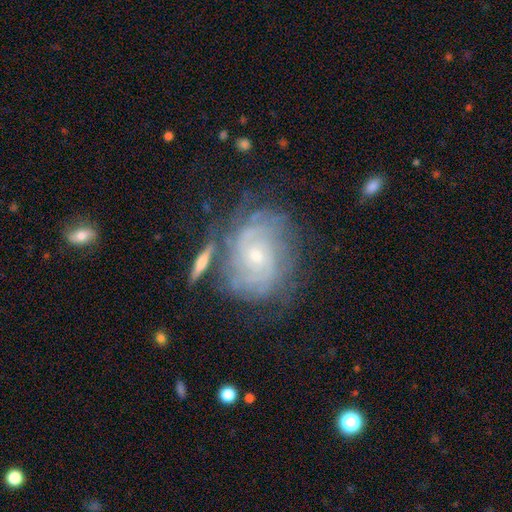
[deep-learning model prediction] This is clearly a featured or disk galaxy (83%). It is clearly not viewed edge-on (96%). Bar: likely no (73%). Spiral arm pattern: clearly yes (94%). Spiral arm count: marginally can't tell (42%). Spiral winding: likely tight (72%). Central bulge: likely small (67%). Merging: likely none (64%).